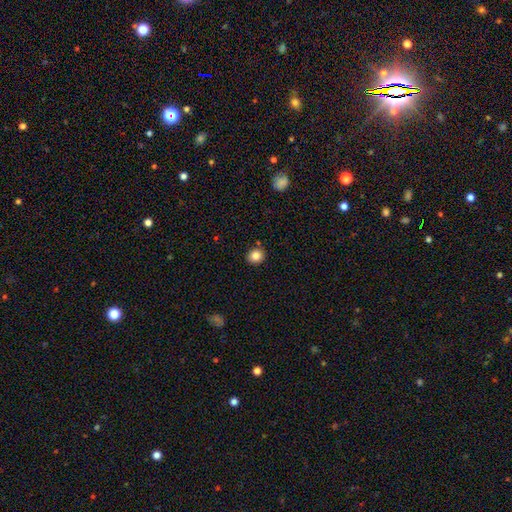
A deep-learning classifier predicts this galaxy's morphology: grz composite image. It shows a smooth galaxy with no disk features (84%) that is round (79%). Merging: none (88%).